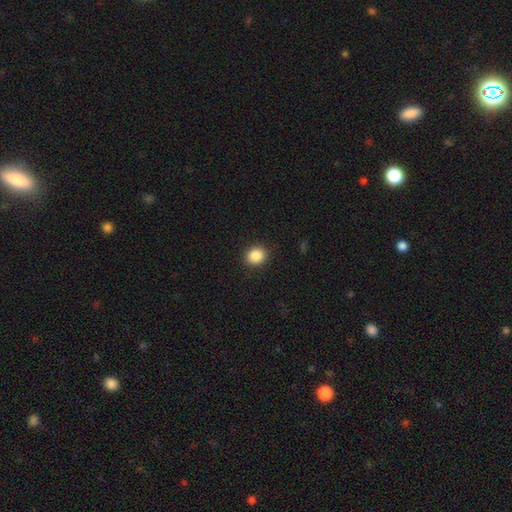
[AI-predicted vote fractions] A smooth galaxy with no disk features (88%) that is round (81%).

Vote fractions:
- Smooth or featured? smooth: 88% / star or artifact: 9% / featured or disk: 3%
- How rounded? round: 81% / in between: 18% / cigar-shaped: 1%
- Merging? none: 91% / minor disturbance: 6% / major disturbance: 2% / merger: 1%